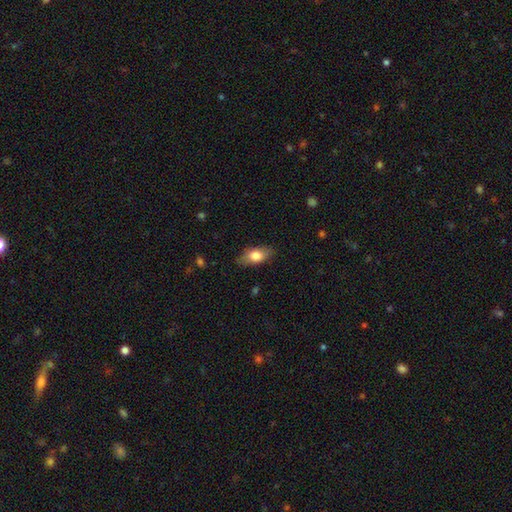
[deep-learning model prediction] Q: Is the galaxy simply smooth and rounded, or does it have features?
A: smooth — 75%.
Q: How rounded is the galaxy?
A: in between — 87%.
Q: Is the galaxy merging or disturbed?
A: none — 82%.